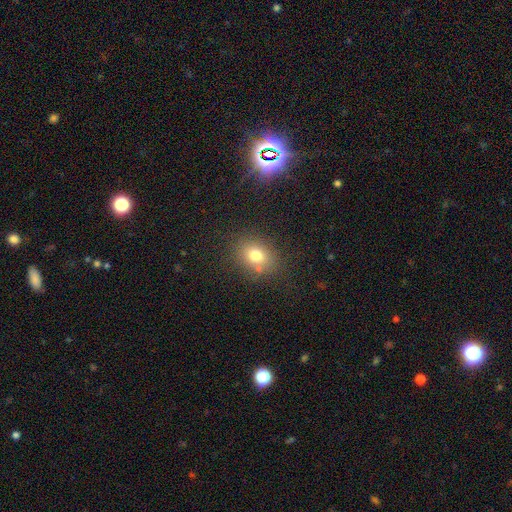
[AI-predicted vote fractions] smooth_or_featured: smooth (p=0.76) [alt: star or artifact p=0.13]
how_rounded: in between (p=0.54) [alt: round p=0.45]
merging: none (p=0.78) [alt: minor disturbance p=0.12]